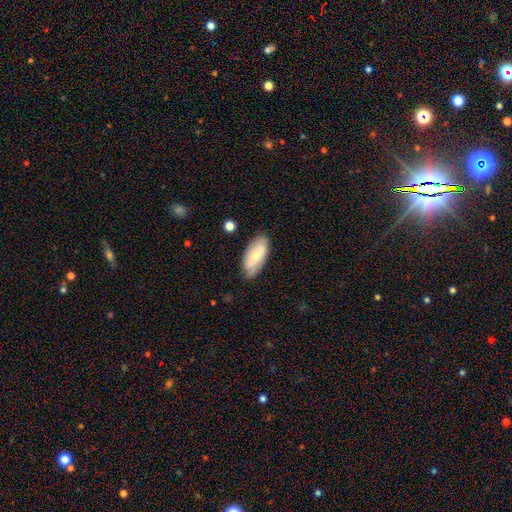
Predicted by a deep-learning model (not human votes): A smooth galaxy with no disk features (58%) that is in between round and cigar-shaped (89%). Merging: none (81%).